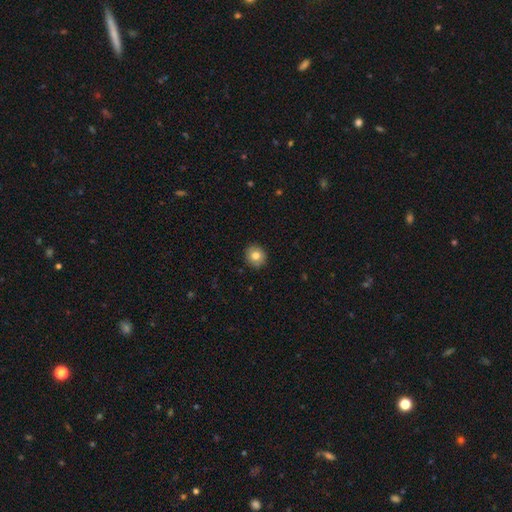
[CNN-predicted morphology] Overall: smooth (80%). How rounded: round (86%). Merging: none (90%).